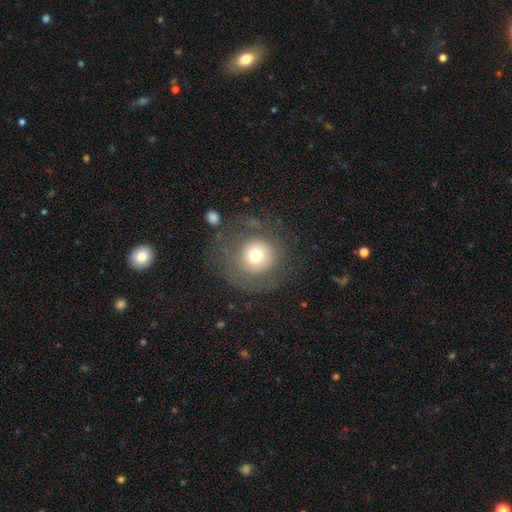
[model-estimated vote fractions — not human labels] Q: Smooth or featured?
A: smooth (65%); runner-up: featured or disk (24%)
Q: How rounded?
A: round (92%); runner-up: in between (7%)
Q: Merging?
A: none (62%); runner-up: major disturbance (19%)